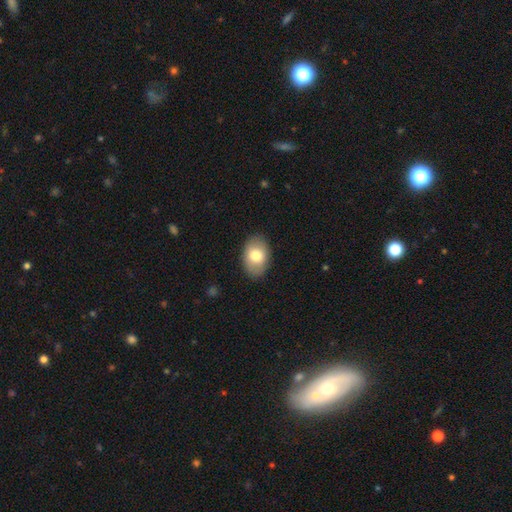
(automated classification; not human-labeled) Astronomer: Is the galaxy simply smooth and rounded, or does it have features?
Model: smooth — 76%.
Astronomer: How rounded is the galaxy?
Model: in between — 87%.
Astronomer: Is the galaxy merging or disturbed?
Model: none — 87%.